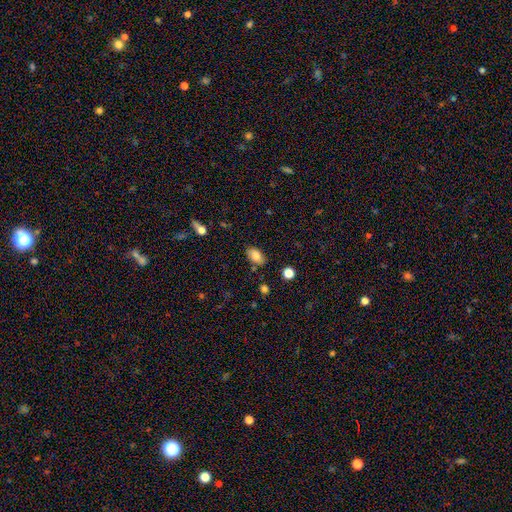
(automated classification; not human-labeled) Q: Smooth or featured?
A: smooth (82%); runner-up: featured or disk (9%)
Q: How rounded?
A: in between (90%); runner-up: round (9%)
Q: Merging?
A: none (81%); runner-up: minor disturbance (13%)